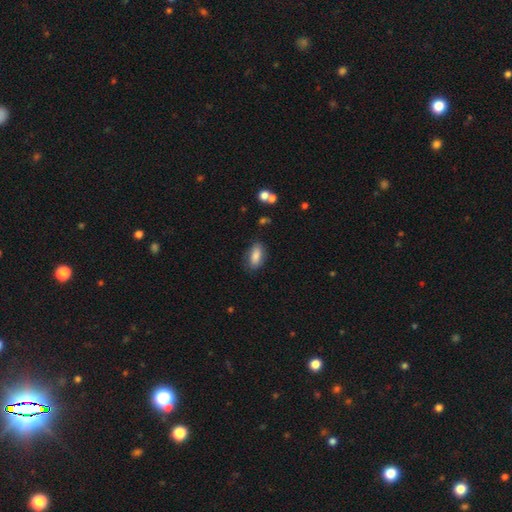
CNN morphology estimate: Q: Smooth or featured?
A: smooth (84%); runner-up: featured or disk (9%)
Q: How rounded?
A: in between (86%); runner-up: cigar-shaped (10%)
Q: Merging?
A: none (79%); runner-up: minor disturbance (16%)